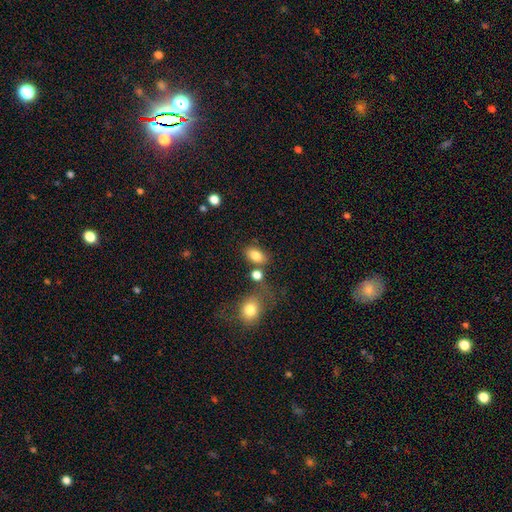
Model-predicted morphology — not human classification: Q: Smooth or featured?
A: smooth (83%); runner-up: star or artifact (9%)
Q: How rounded?
A: in between (85%); runner-up: round (14%)
Q: Merging?
A: none (67%); runner-up: merger (15%)